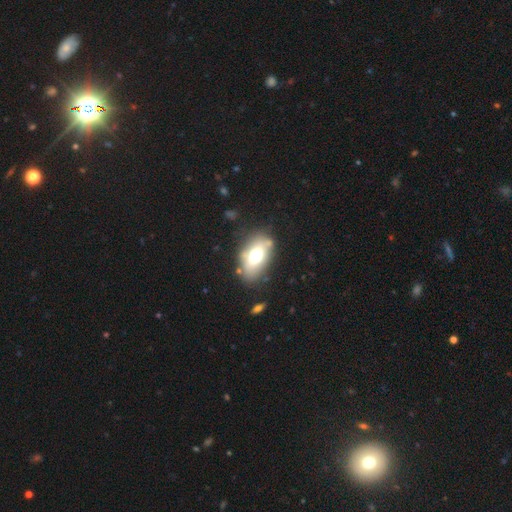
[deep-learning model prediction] Overall: smooth (63%; featured or disk 27%). How rounded: in between (84%). Merging: none (71%).